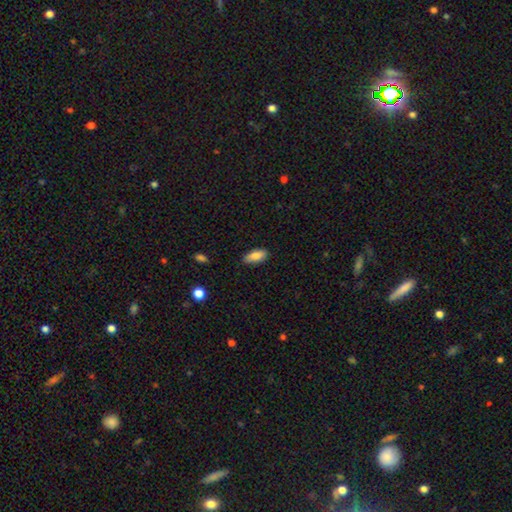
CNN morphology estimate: This is clearly a smooth galaxy (81%). How rounded: clearly in between (86%). Merging: clearly none (84%).